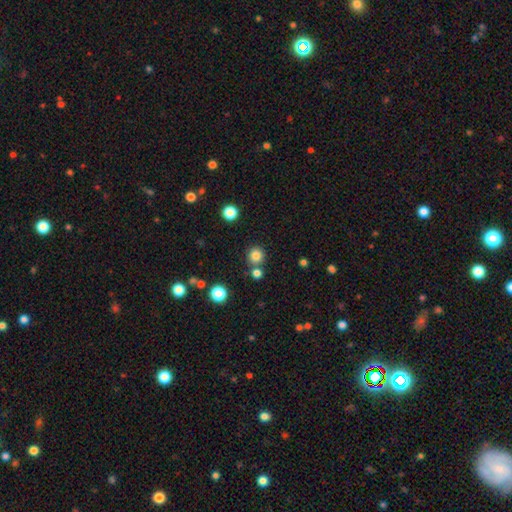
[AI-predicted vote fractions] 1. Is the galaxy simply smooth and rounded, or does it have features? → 82% smooth, 13% star or artifact, 5% featured or disk.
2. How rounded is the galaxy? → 92% round, 7% in between, 1% cigar-shaped.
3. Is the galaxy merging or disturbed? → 76% none, 14% merger, 7% minor disturbance, 3% major disturbance.